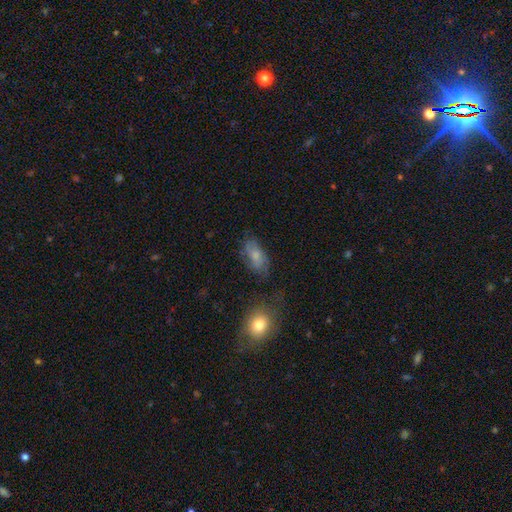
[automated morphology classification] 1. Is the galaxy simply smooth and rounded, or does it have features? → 63% smooth, 28% featured or disk, 9% star or artifact.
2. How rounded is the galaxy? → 88% in between, 6% round, 5% cigar-shaped.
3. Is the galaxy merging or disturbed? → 57% none, 25% minor disturbance, 12% major disturbance, 5% merger.